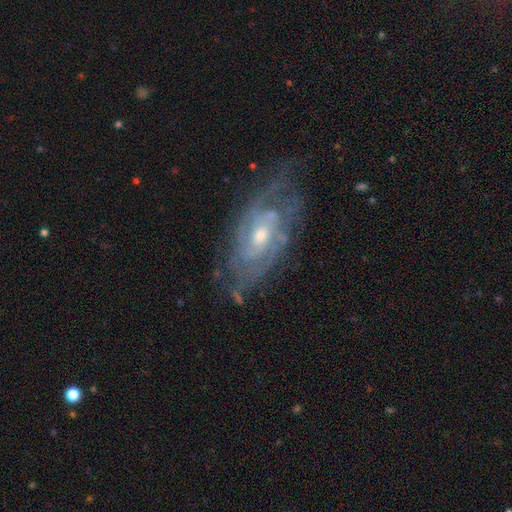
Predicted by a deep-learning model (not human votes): The model was most divided on "bulge size": moderate: 51%, small: 44%, large: 2%, none: 1%, dominant: 1%. Remaining: spiral arms — yes (93%); edge-on disk — no (93%); smooth or featured — featured or disk (84%); merging — none (71%); spiral winding — tight (62%); bar — no (54%); spiral arm count — can't tell (40%).